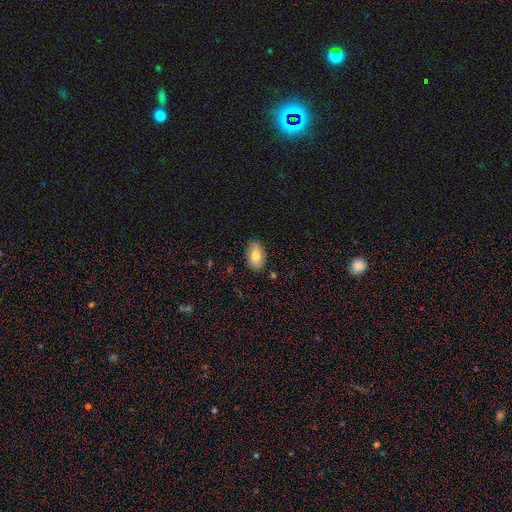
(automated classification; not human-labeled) smooth 76%, featured or disk 16%, star or artifact 8%. Down the decision tree: how rounded — in between (91%); merging — none (84%).